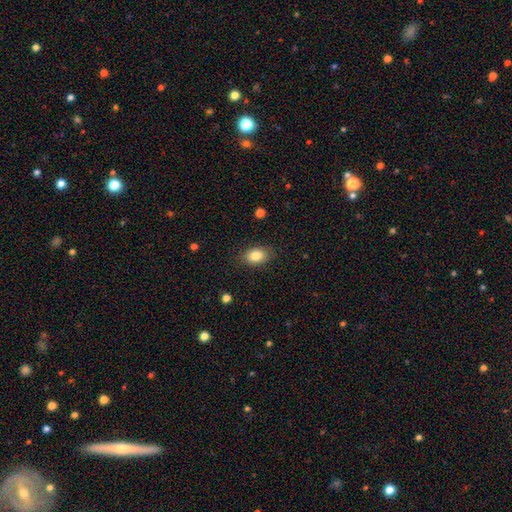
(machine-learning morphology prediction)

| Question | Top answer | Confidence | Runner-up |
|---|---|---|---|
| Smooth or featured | smooth | 83% | star or artifact (8%) |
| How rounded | in between | 81% | round (18%) |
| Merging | none | 86% | minor disturbance (11%) |